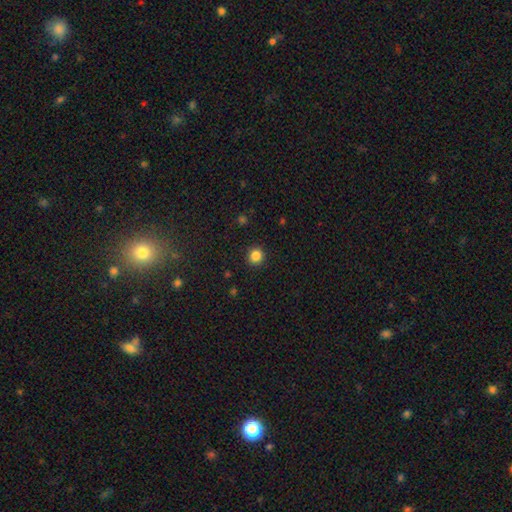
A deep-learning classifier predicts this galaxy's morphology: Smooth or featured? smooth (85%)
How rounded? round (91%)
Merging? none (92%)